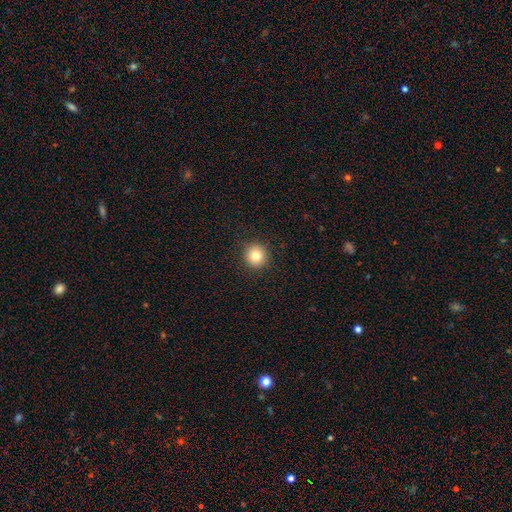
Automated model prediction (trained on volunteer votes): A smooth galaxy with no disk features (83%) that is round (94%). Merging: none (92%).